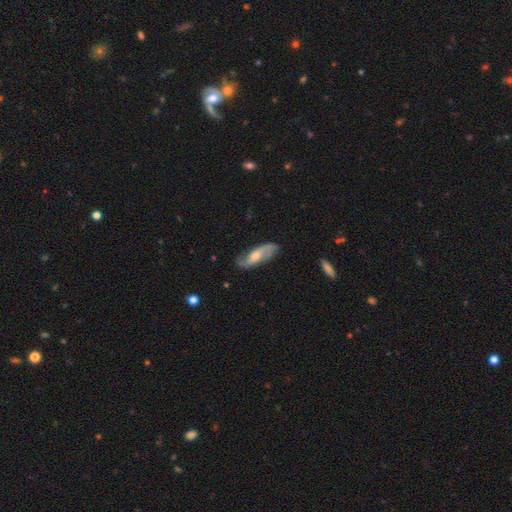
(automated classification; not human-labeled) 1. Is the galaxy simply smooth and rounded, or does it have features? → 74% featured or disk, 20% smooth, 6% star or artifact.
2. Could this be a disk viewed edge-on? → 87% no, 13% yes.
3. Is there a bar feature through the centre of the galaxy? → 47% no, 40% weak, 13% strong.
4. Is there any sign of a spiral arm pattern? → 93% yes, 7% no.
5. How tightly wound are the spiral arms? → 55% loose, 33% medium, 13% tight.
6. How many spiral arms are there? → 88% 2, 6% can't tell, 2% 1, 2% 3, 1% 4, 1% more than 4.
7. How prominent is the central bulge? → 59% moderate, 30% small, 6% large, 3% none, 1% dominant.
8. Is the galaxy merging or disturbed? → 75% none, 18% minor disturbance, 5% major disturbance, 2% merger.